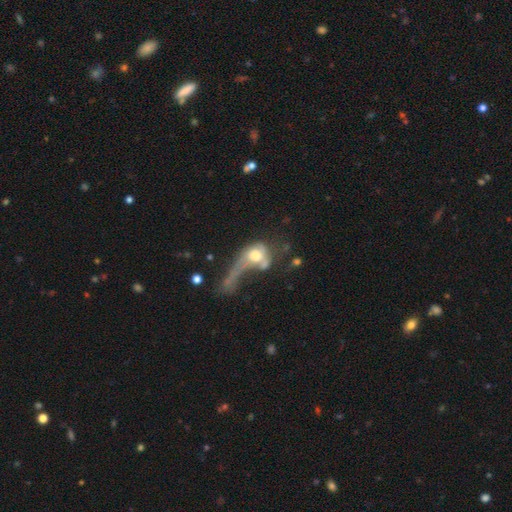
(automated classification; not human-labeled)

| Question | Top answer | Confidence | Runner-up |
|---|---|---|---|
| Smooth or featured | smooth | 46% | featured or disk (45%) |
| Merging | major disturbance | 56% | merger (23%) |